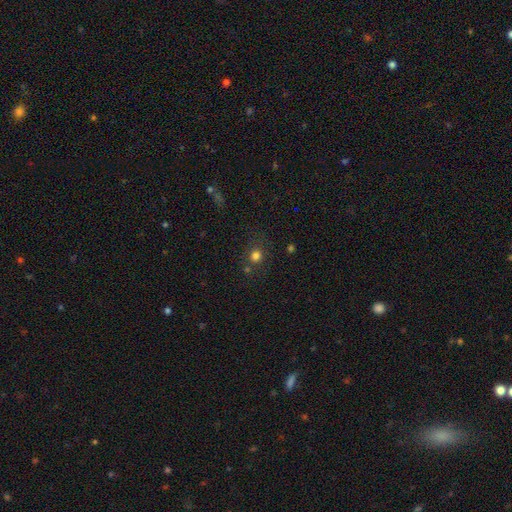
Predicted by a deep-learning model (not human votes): This is likely a smooth galaxy (76%). How rounded: clearly round (82%). Merging: likely none (74%).